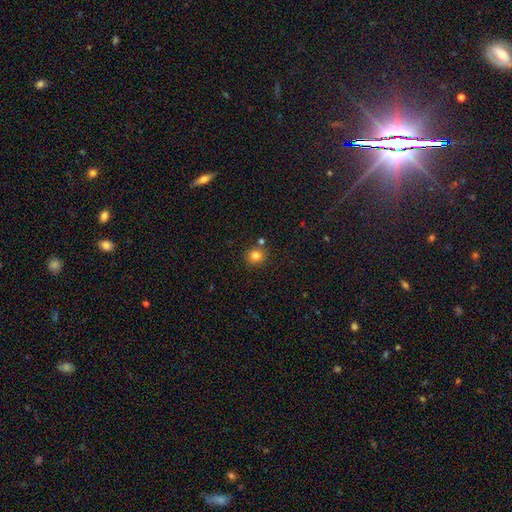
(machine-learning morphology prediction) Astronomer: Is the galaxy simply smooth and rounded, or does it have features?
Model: smooth — 82%.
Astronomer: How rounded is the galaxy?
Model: round — 90%.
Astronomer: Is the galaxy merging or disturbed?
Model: none — 80%.